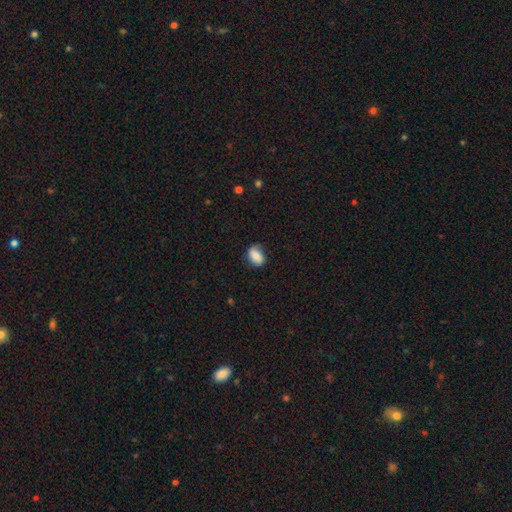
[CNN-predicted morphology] Overall: smooth (75%). How rounded: in between (77%). Merging: none (66%; minor disturbance 26%).